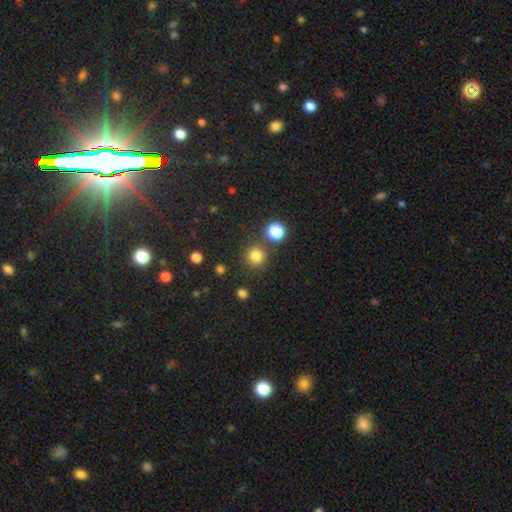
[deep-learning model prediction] The model was most divided on "smooth or featured": smooth: 79%, star or artifact: 16%, featured or disk: 5%. More confident: how rounded — round (94%); merging — none (83%).